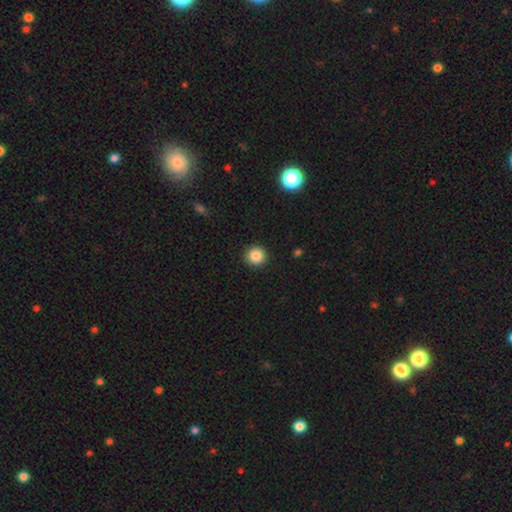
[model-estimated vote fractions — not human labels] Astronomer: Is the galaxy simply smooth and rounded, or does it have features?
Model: smooth — 86%.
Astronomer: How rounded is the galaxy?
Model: round — 94%.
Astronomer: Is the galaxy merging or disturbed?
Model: none — 93%.